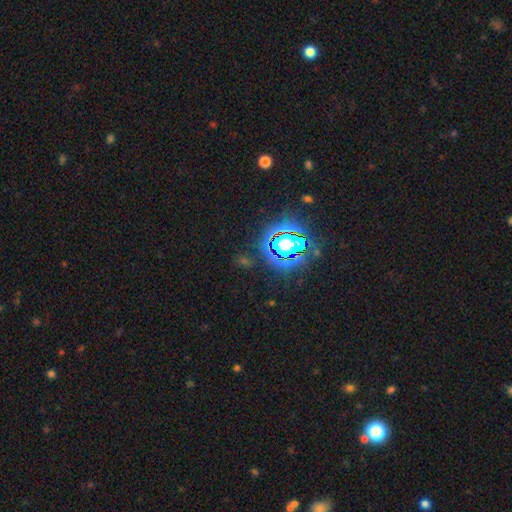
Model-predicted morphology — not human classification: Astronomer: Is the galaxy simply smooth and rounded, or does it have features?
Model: star or artifact — 85%.